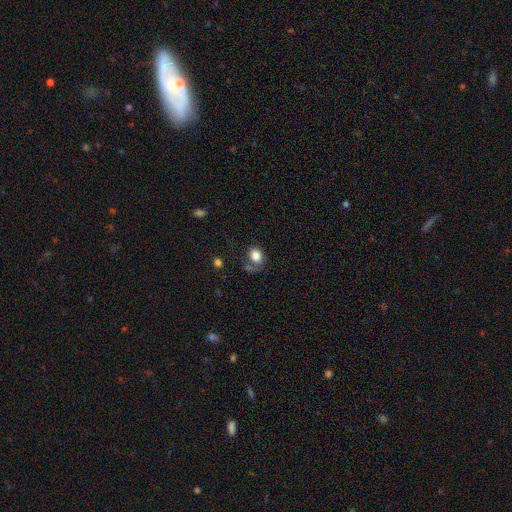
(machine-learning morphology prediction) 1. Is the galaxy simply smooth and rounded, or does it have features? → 82% smooth, 9% star or artifact, 8% featured or disk.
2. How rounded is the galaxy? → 60% in between, 39% round, 1% cigar-shaped.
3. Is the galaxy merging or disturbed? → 52% none, 23% minor disturbance, 15% major disturbance, 10% merger.